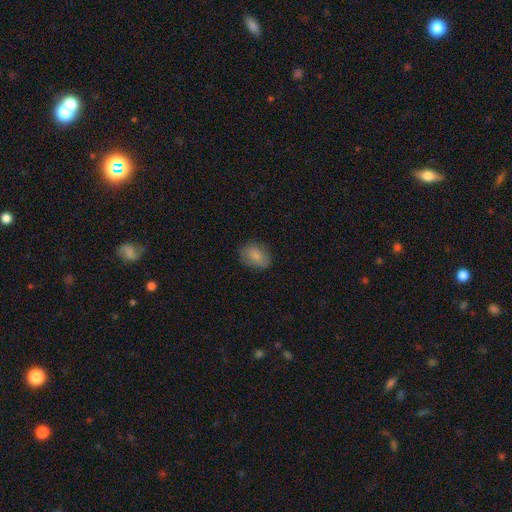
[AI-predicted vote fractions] Smooth or featured?
  - smooth: 81% *
  - featured or disk: 12%
  - star or artifact: 8%
How rounded?
  - in between: 73% *
  - round: 26%
  - cigar-shaped: 1%
Merging?
  - none: 81% *
  - minor disturbance: 15%
  - major disturbance: 4%
  - merger: 1%